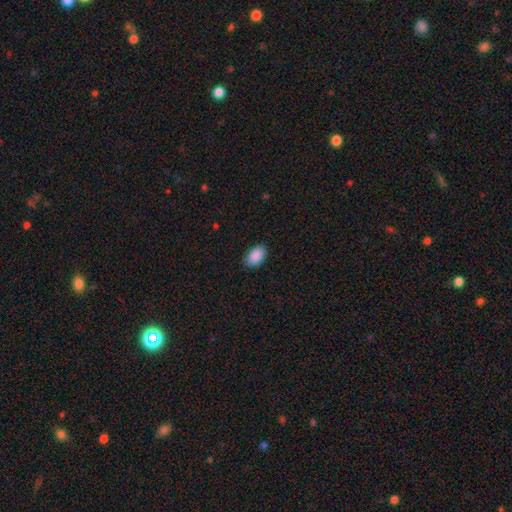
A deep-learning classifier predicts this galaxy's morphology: smooth_or_featured: smooth (p=0.90) [alt: star or artifact p=0.07]
how_rounded: in between (p=0.93) [alt: round p=0.05]
merging: none (p=0.87) [alt: minor disturbance p=0.10]